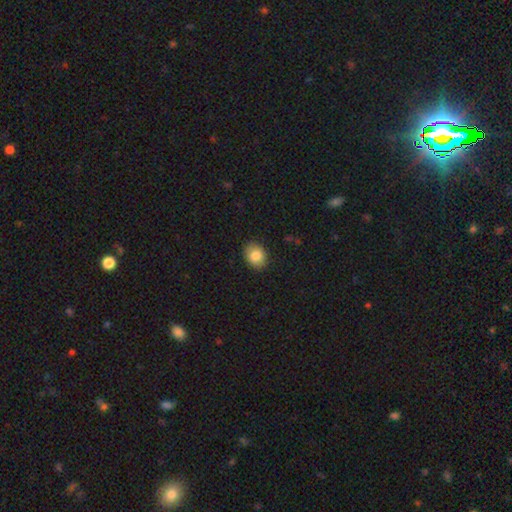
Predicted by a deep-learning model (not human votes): A smooth galaxy with no disk features (85%) that is in between round and cigar-shaped (54%). Merging: none (87%).